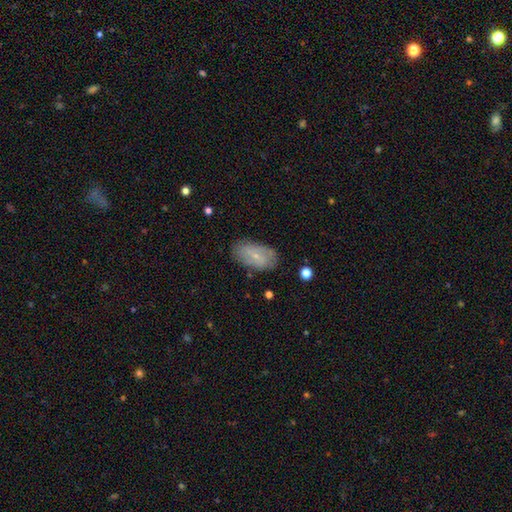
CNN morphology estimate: Smooth or featured: featured or disk — 47% (smooth — 45%)
Merging: none — 75% (minor disturbance — 18%)